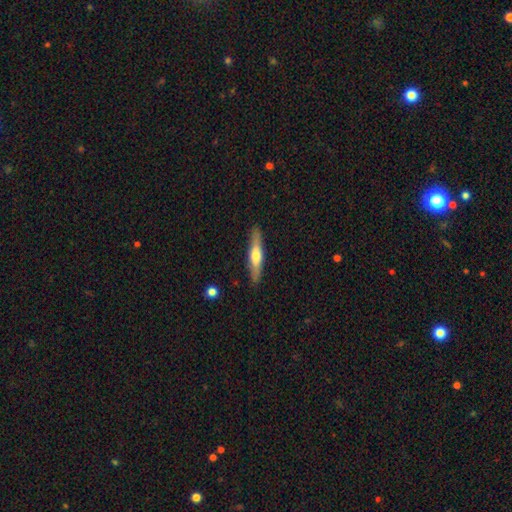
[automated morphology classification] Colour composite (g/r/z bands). It shows a featured or disk galaxy (51%) viewed edge-on (91%). Merging: none (88%).